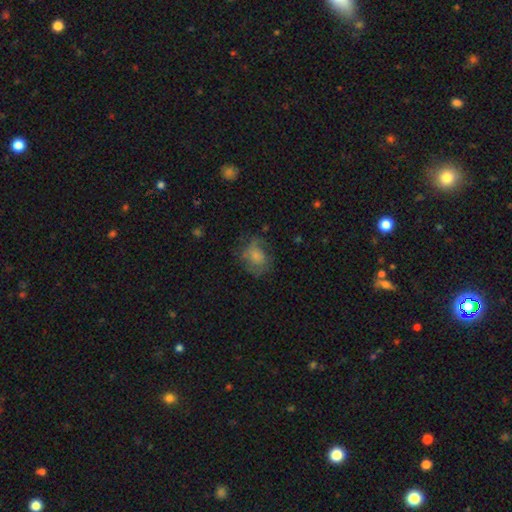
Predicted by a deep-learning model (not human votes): A smooth galaxy with no disk features (57%) that is in between round and cigar-shaped (51%).

Vote fractions:
- Smooth or featured? smooth: 57% / featured or disk: 33% / star or artifact: 10%
- How rounded? in between: 51% / round: 47% / cigar-shaped: 1%
- Merging? none: 46% / minor disturbance: 26% / major disturbance: 25% / merger: 2%